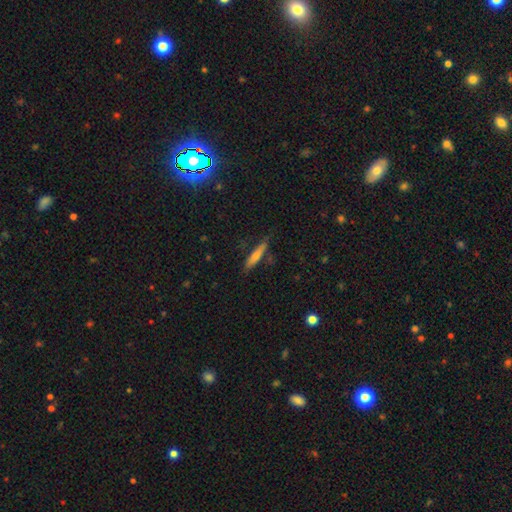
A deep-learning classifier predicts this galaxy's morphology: type=featured or disk (47%); merging=none (82%).